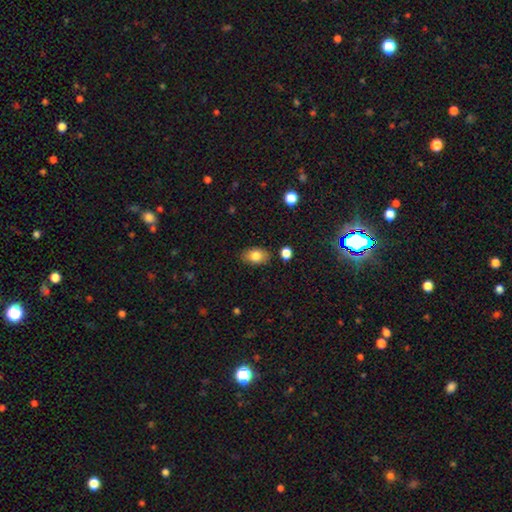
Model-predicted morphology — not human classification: type=smooth (81%); roundness=in between (86%); merging=none (84%).